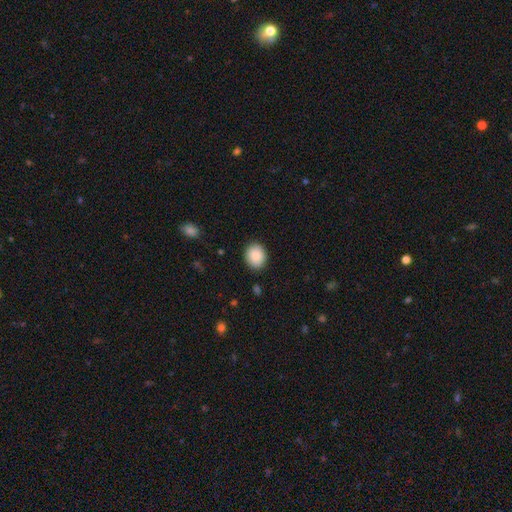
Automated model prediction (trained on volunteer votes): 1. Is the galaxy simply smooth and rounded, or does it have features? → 87% smooth, 8% star or artifact, 5% featured or disk.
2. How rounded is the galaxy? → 65% round, 34% in between, 1% cigar-shaped.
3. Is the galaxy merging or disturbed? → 88% none, 9% minor disturbance, 2% major disturbance, 1% merger.